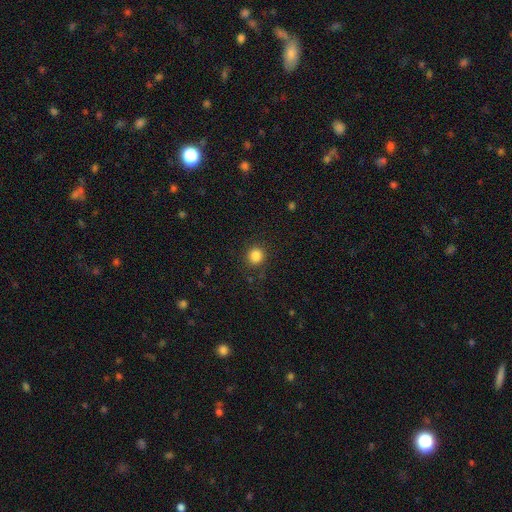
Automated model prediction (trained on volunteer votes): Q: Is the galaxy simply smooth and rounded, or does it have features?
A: smooth — 84%.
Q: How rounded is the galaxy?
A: round — 91%.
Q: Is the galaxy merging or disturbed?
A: none — 88%.